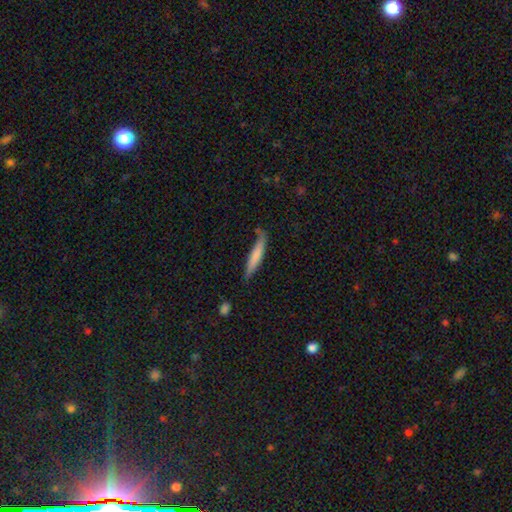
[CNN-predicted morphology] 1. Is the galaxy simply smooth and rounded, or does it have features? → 72% smooth, 23% featured or disk, 5% star or artifact.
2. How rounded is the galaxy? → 91% cigar-shaped, 7% in between, 1% round.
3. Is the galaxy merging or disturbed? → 66% none, 24% minor disturbance, 6% major disturbance, 4% merger.